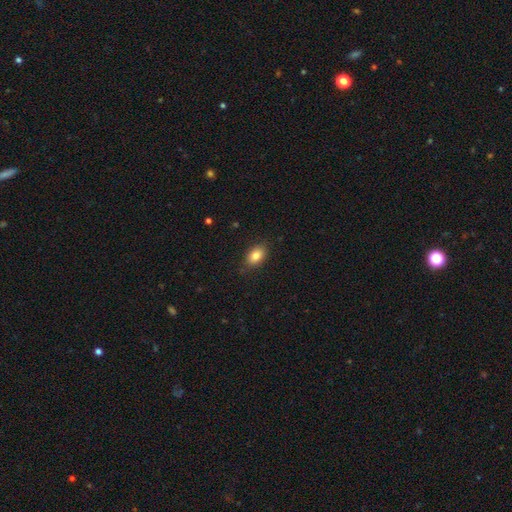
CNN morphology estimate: A smooth galaxy with no disk features (84%) that is in between round and cigar-shaped (85%).

Vote fractions:
- Smooth or featured? smooth: 84% / star or artifact: 8% / featured or disk: 8%
- How rounded? in between: 85% / round: 14% / cigar-shaped: 2%
- Merging? none: 84% / minor disturbance: 12% / major disturbance: 3% / merger: 1%